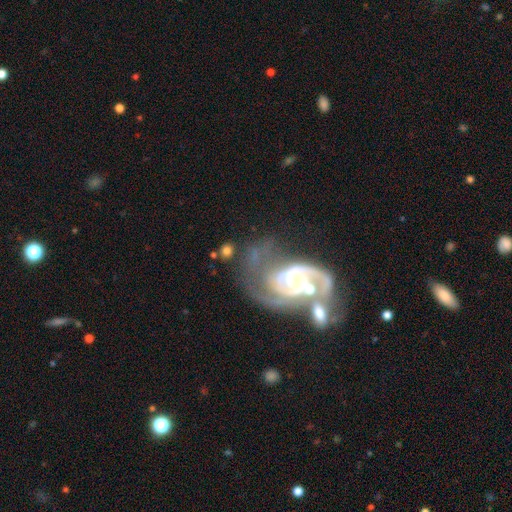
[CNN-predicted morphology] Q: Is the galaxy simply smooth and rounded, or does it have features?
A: featured or disk — 87%.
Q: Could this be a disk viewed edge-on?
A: no — 97%.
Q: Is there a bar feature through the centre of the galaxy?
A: no — 55%.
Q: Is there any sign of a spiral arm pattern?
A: yes — 94%.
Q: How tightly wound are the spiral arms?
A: tight — 43%.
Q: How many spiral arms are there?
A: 2 — 62%.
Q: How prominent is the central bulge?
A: small — 52%.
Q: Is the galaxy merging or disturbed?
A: merger — 43%.